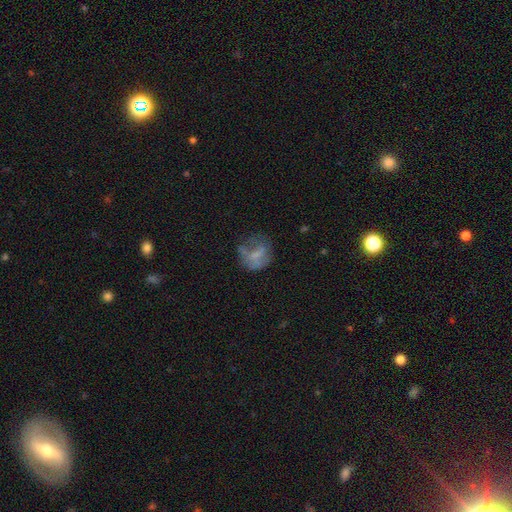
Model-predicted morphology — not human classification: A smooth galaxy with no disk features (48%).

Vote fractions:
- Smooth or featured? smooth: 48% / featured or disk: 39% / star or artifact: 12%
- Merging? none: 42% / major disturbance: 29% / minor disturbance: 24% / merger: 5%